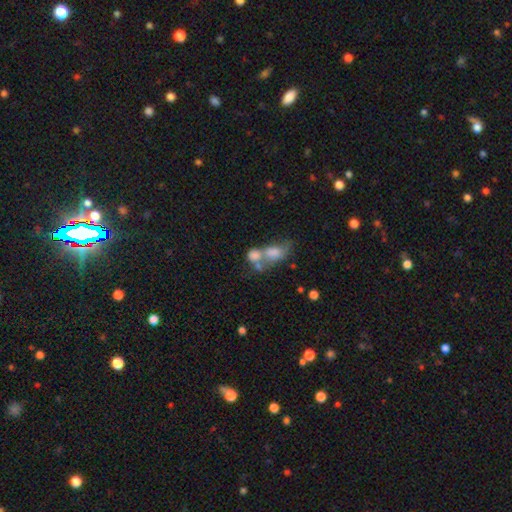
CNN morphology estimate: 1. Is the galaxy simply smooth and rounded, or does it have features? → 63% smooth, 24% featured or disk, 13% star or artifact.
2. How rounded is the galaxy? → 65% in between, 29% round, 6% cigar-shaped.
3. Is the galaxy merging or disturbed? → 63% merger, 18% none, 11% major disturbance, 8% minor disturbance.